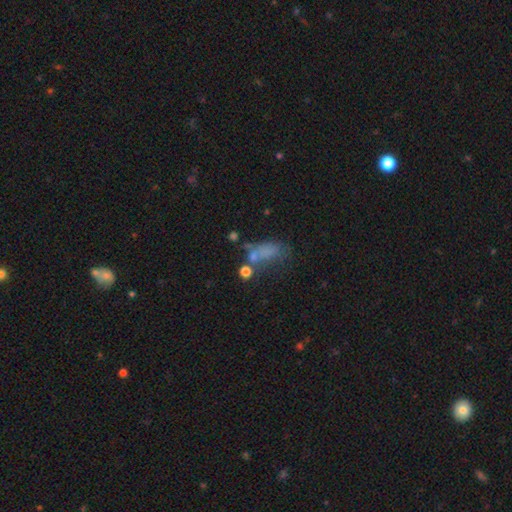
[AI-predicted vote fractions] smooth-or-featured: smooth: 55% | star or artifact: 23% | featured or disk: 22%
  how-rounded: in between: 75% | cigar-shaped: 13% | round: 12%
  merging: none: 35% | major disturbance: 27% | minor disturbance: 21% | merger: 17%